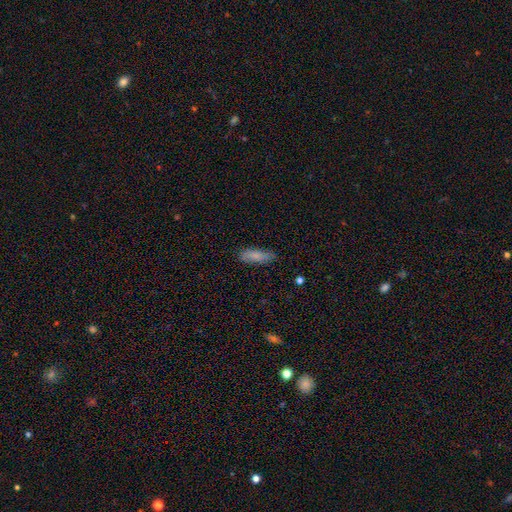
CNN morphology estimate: A smooth galaxy with no disk features (80%) that is in between round and cigar-shaped (56%).

Vote fractions:
- Smooth or featured? smooth: 80% / featured or disk: 13% / star or artifact: 7%
- How rounded? in between: 56% / cigar-shaped: 42% / round: 2%
- Merging? none: 82% / minor disturbance: 14% / major disturbance: 3% / merger: 1%